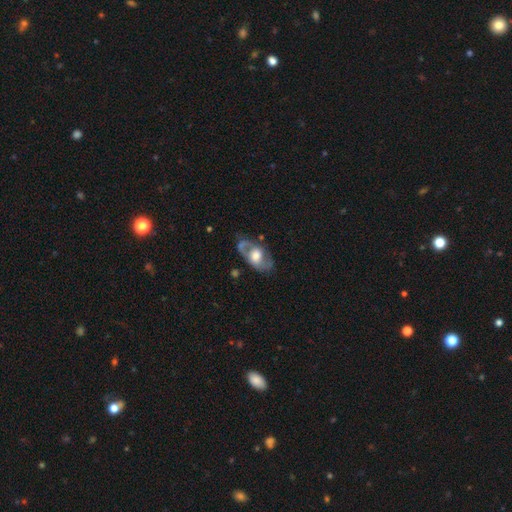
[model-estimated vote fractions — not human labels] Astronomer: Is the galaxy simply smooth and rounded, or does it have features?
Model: featured or disk — 64%.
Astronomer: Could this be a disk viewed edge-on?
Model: no — 90%.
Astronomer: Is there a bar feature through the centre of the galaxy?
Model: no — 65%.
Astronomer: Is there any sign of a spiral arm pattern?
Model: yes — 57% (runner-up: no, 43%).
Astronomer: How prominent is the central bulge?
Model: moderate — 47% (runner-up: large, 41%).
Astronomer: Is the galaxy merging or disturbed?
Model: none — 64%.